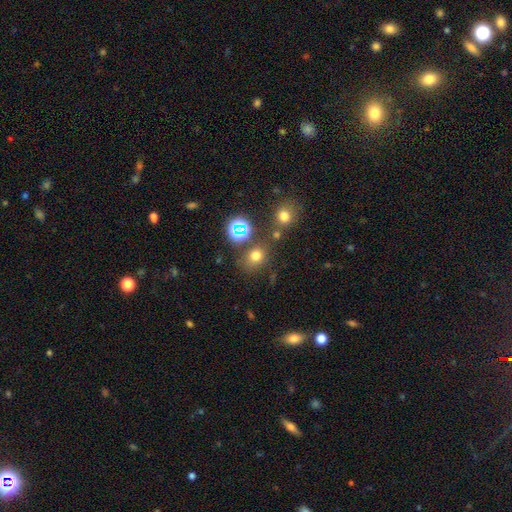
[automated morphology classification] Smooth or featured? Predicted: smooth (p=0.67). How rounded? Predicted: round (p=0.65). Merging? Predicted: none (p=0.69).